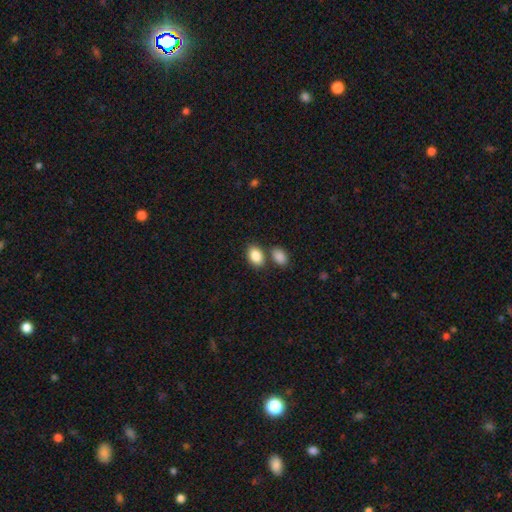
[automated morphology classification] Q: Smooth or featured?
A: smooth (88%); runner-up: star or artifact (7%)
Q: How rounded?
A: in between (85%); runner-up: round (14%)
Q: Merging?
A: none (63%); runner-up: merger (23%)